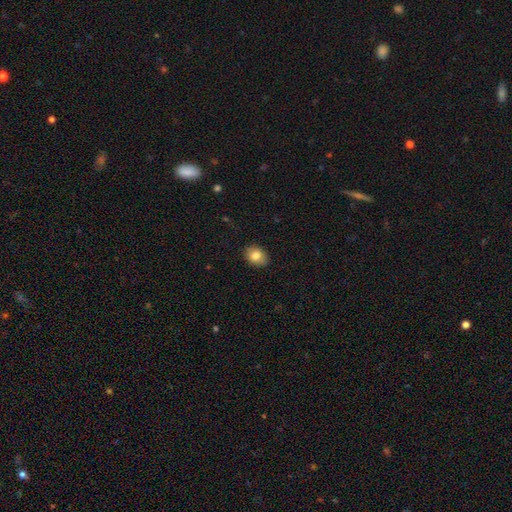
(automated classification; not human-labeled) Smooth or featured? Predicted: smooth (p=0.81). How rounded? Predicted: in between (p=0.58). Merging? Predicted: none (p=0.86).